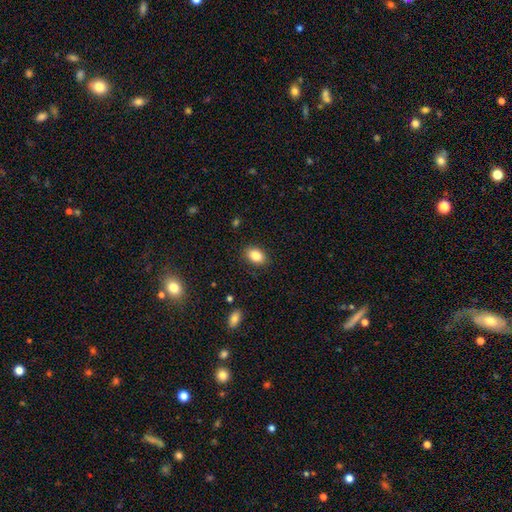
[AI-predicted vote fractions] This is clearly a smooth galaxy (85%). How rounded: clearly in between (84%). Merging: clearly none (88%).